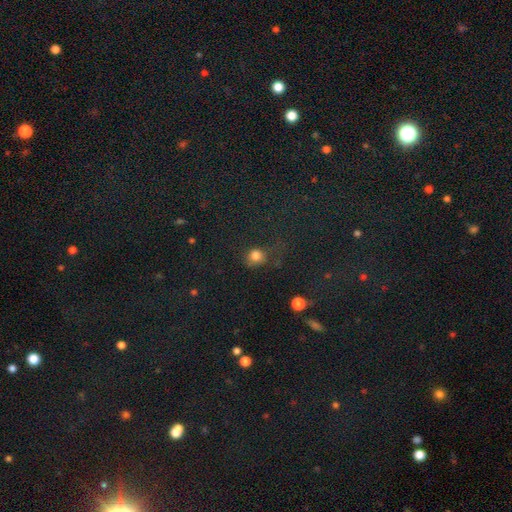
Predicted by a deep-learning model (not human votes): smooth-or-featured: smooth: 79% | star or artifact: 14% | featured or disk: 7%
  how-rounded: round: 76% | in between: 23% | cigar-shaped: 1%
  merging: none: 55% | minor disturbance: 24% | major disturbance: 17% | merger: 5%